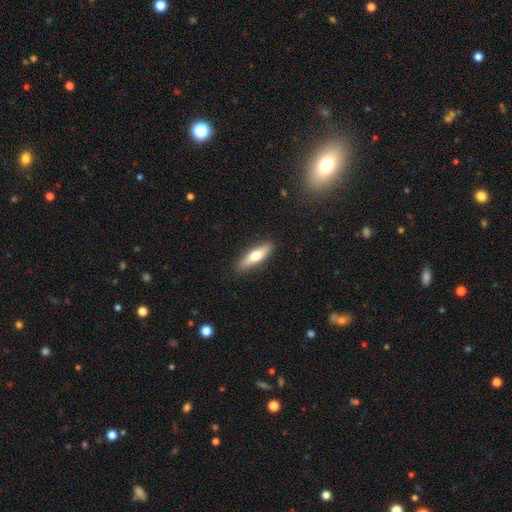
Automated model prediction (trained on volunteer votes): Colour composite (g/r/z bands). It shows a smooth galaxy with no disk features (59%) that is cigar-shaped (67%). Merging: none (88%).